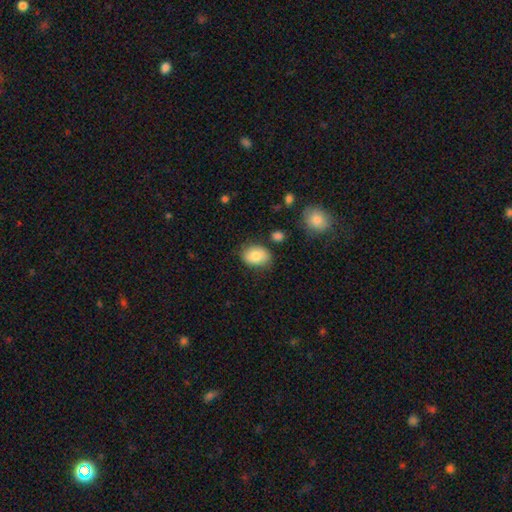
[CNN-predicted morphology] Smooth or featured?
  - smooth: 82% *
  - featured or disk: 11%
  - star or artifact: 8%
How rounded?
  - in between: 72% *
  - round: 27%
  - cigar-shaped: 1%
Merging?
  - none: 73% *
  - minor disturbance: 19%
  - major disturbance: 4%
  - merger: 4%